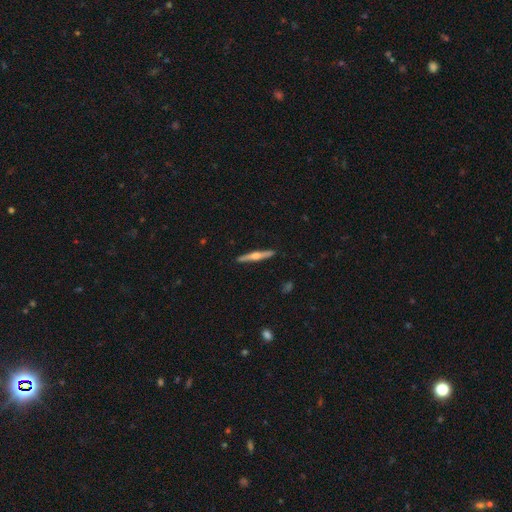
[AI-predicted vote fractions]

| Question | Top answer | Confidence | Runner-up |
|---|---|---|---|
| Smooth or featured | featured or disk | 68% | smooth (27%) |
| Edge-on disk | yes | 98% | no (2%) |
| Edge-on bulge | rounded | 89% | boxy (5%) |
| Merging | none | 91% | minor disturbance (6%) |